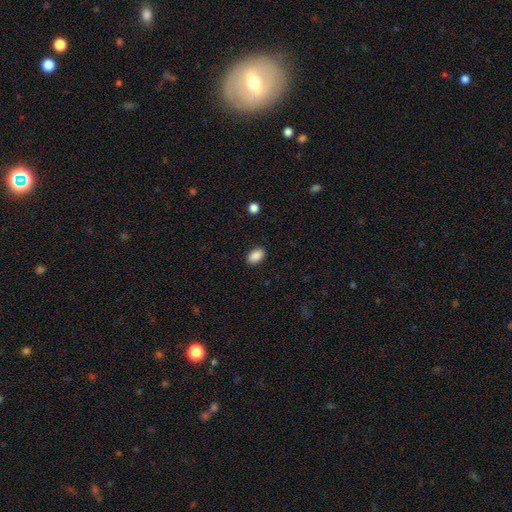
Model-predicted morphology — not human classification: The model was most divided on "how rounded": in between: 90%, round: 9%, cigar-shaped: 1%. More confident: smooth or featured — smooth (89%); merging — none (89%).